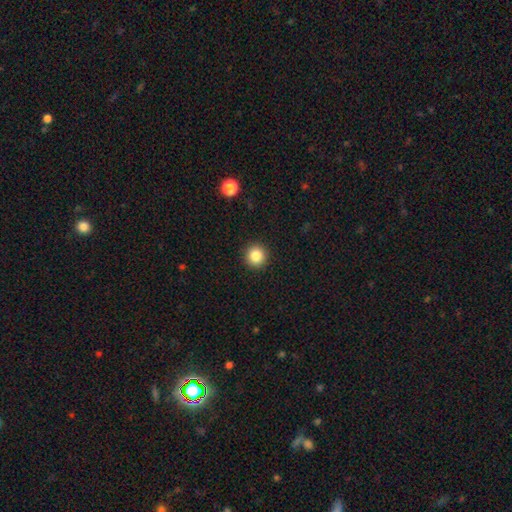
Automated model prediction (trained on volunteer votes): A smooth galaxy with no disk features (85%) that is round (95%).

Vote fractions:
- Smooth or featured? smooth: 85% / star or artifact: 10% / featured or disk: 5%
- How rounded? round: 95% / in between: 4% / cigar-shaped: 1%
- Merging? none: 93% / minor disturbance: 5% / major disturbance: 2% / merger: 1%